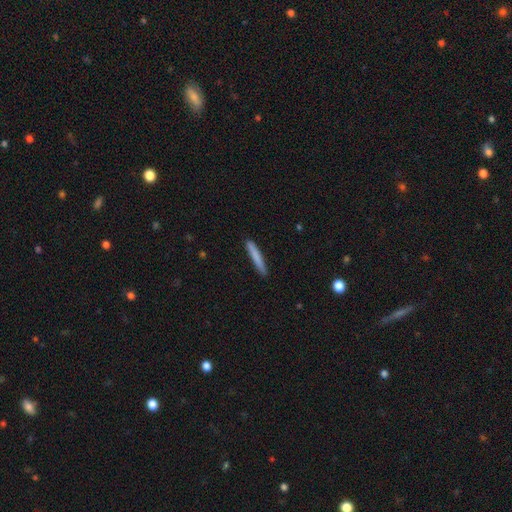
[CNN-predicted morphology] Smooth or featured? smooth (79%)
How rounded? cigar-shaped (96%)
Merging? none (90%)